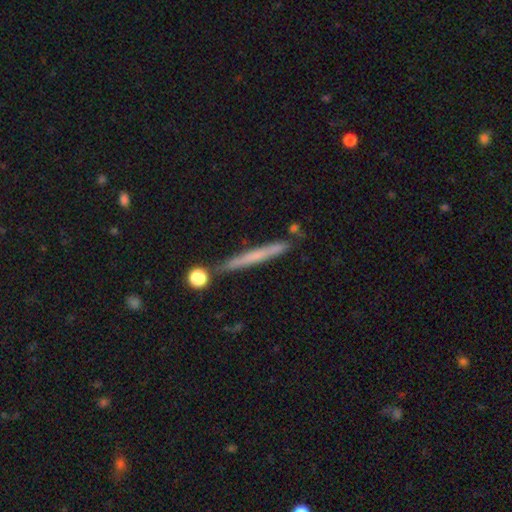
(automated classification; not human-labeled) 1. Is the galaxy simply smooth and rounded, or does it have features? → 52% smooth, 40% featured or disk, 8% star or artifact.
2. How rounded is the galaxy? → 96% cigar-shaped, 2% in between, 2% round.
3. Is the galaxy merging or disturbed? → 80% none, 12% minor disturbance, 5% merger, 3% major disturbance.